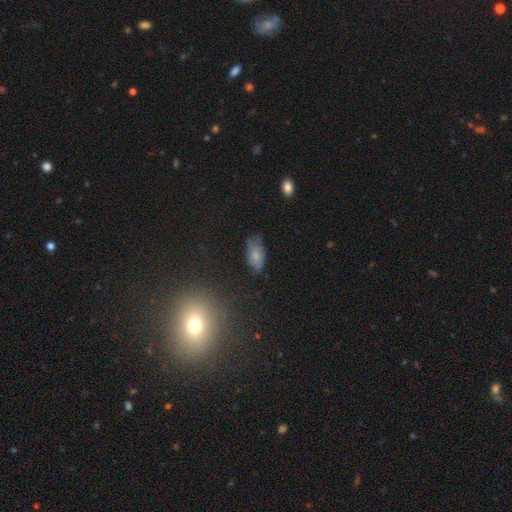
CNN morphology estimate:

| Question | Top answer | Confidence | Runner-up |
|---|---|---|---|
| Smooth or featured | smooth | 65% | featured or disk (23%) |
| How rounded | in between | 91% | round (6%) |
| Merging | none | 64% | minor disturbance (27%) |